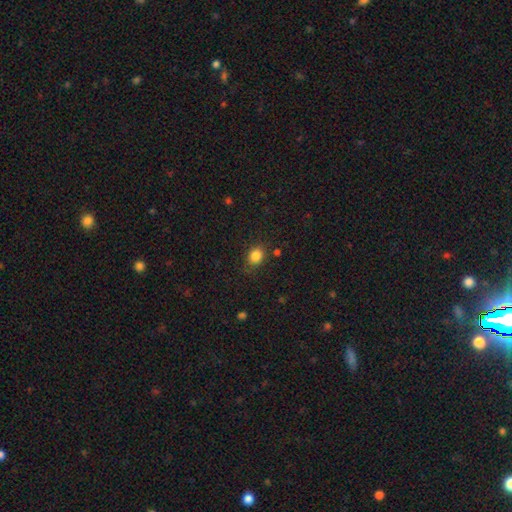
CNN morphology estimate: Q: Smooth or featured?
A: smooth (84%); runner-up: star or artifact (11%)
Q: How rounded?
A: round (57%); runner-up: in between (42%)
Q: Merging?
A: none (81%); runner-up: minor disturbance (13%)